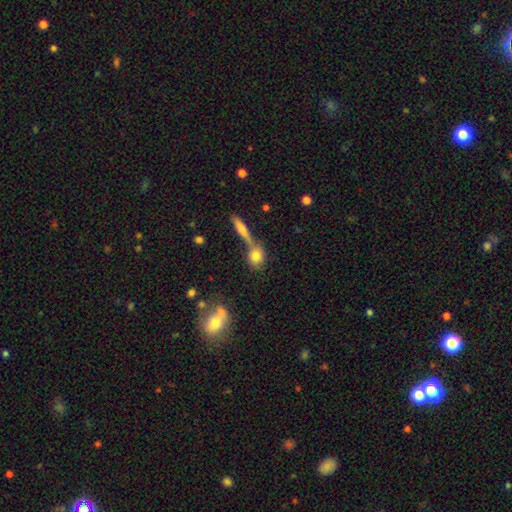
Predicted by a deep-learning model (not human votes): Morphology: type=smooth (77%); roundness=round (58%); merging=none (51%).